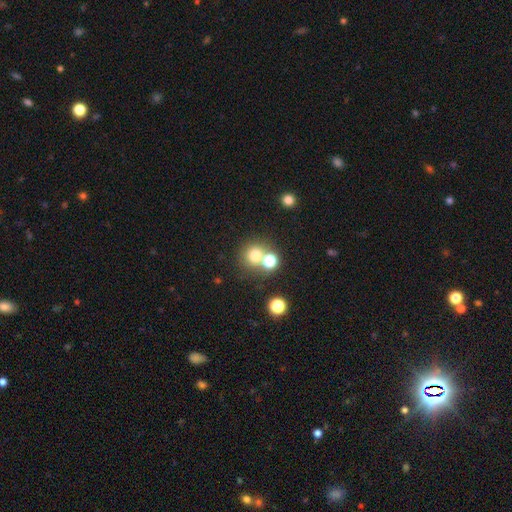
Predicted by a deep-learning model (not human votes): A smooth galaxy with no disk features (72%) that is round (88%).

Vote fractions:
- Smooth or featured? smooth: 72% / star or artifact: 18% / featured or disk: 10%
- How rounded? round: 88% / in between: 11% / cigar-shaped: 1%
- Merging? none: 56% / merger: 32% / minor disturbance: 8% / major disturbance: 4%